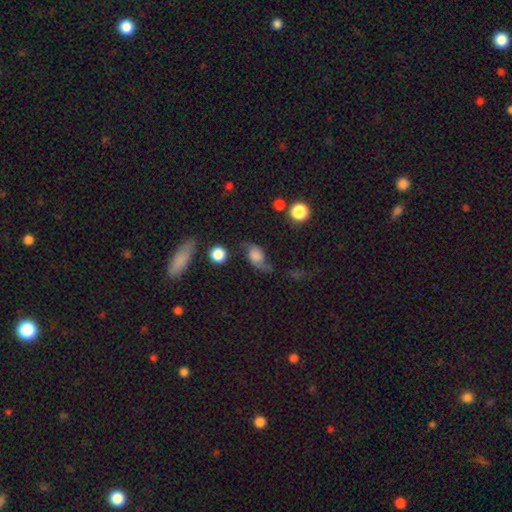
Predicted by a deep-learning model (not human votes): Morphology: type=featured or disk (51%); edge-on=no (89%); merging=none (51%).